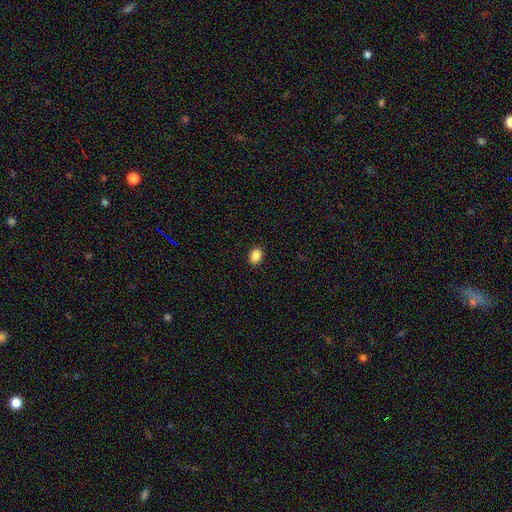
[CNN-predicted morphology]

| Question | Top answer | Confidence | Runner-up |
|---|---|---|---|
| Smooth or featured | smooth | 88% | star or artifact (9%) |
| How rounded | in between | 63% | round (36%) |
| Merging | none | 91% | minor disturbance (7%) |